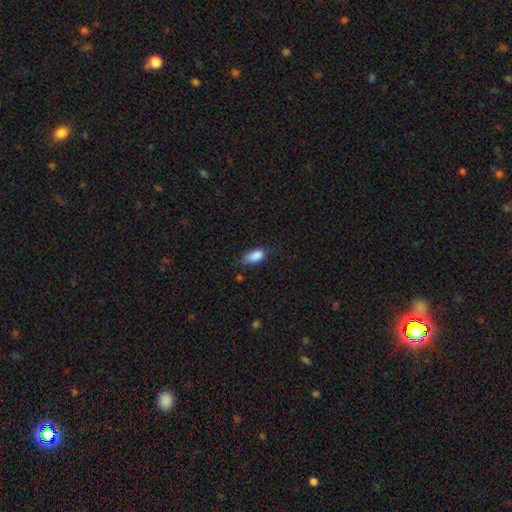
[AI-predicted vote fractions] Smooth or featured: smooth — 86% (star or artifact — 8%)
How rounded: in between — 88% (cigar-shaped — 7%)
Merging: none — 55% (minor disturbance — 34%)